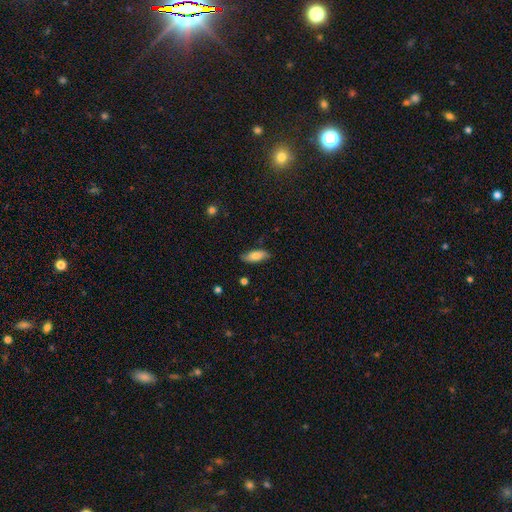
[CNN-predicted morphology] Q: Smooth or featured?
A: smooth (80%); runner-up: featured or disk (14%)
Q: How rounded?
A: in between (75%); runner-up: cigar-shaped (23%)
Q: Merging?
A: none (80%); runner-up: minor disturbance (15%)